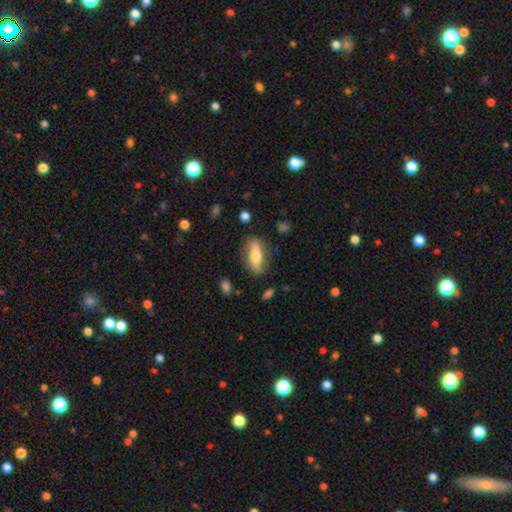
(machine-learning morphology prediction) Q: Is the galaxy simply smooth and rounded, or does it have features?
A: smooth — 53%.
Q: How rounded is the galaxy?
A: in between — 64%.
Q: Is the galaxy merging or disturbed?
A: none — 78%.